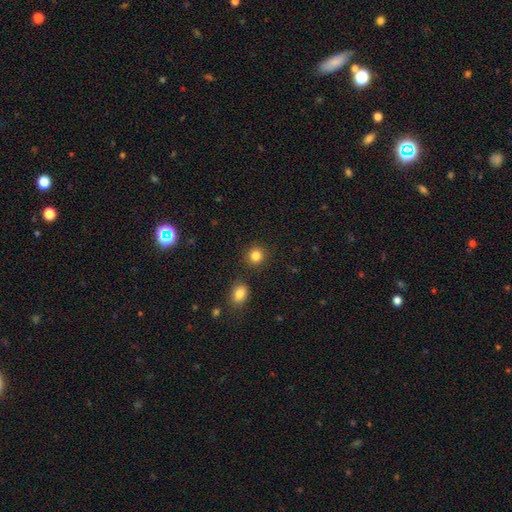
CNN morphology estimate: type=smooth (84%); roundness=round (88%); merging=none (88%).